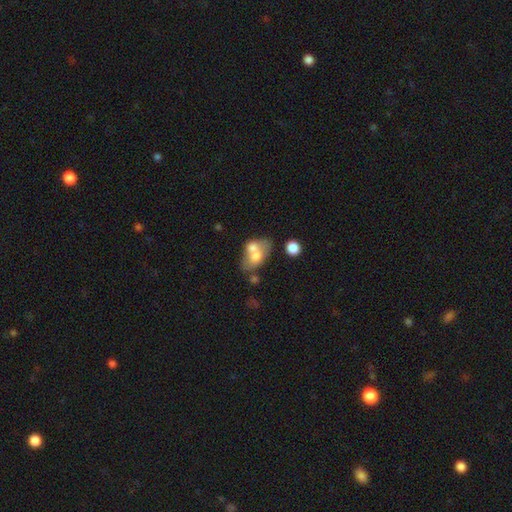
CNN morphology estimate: This is likely a smooth galaxy (62%). How rounded: likely in between (79%). Merging: possibly merger (59%).